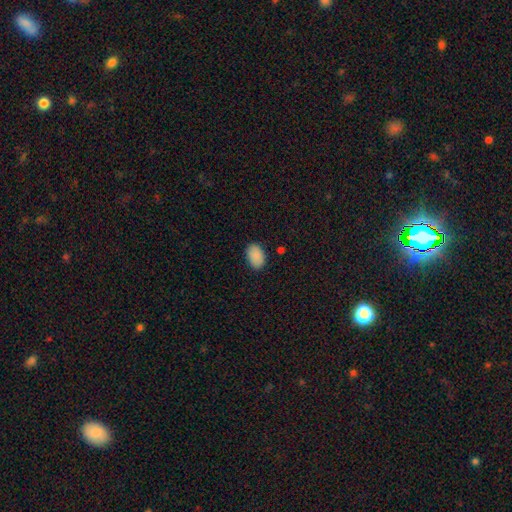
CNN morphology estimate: Q: Smooth or featured?
A: smooth (89%); runner-up: star or artifact (7%)
Q: How rounded?
A: in between (89%); runner-up: round (10%)
Q: Merging?
A: none (86%); runner-up: minor disturbance (11%)